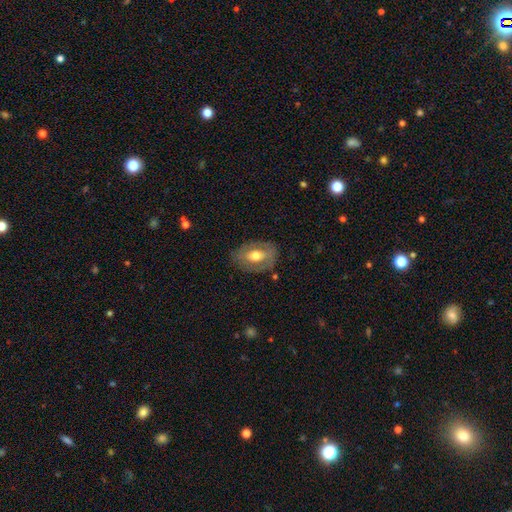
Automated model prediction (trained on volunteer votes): Overall: featured or disk (48%; smooth 46%). Merging: none (75%).